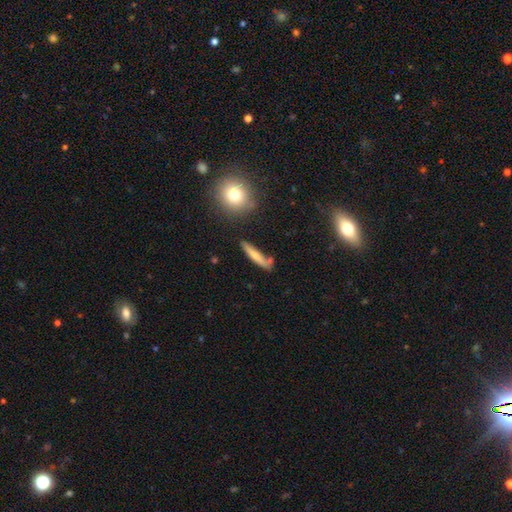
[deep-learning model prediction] This appears to be a smooth galaxy with no disk features (62%) that is cigar-shaped (85%). Merging: none (64%).